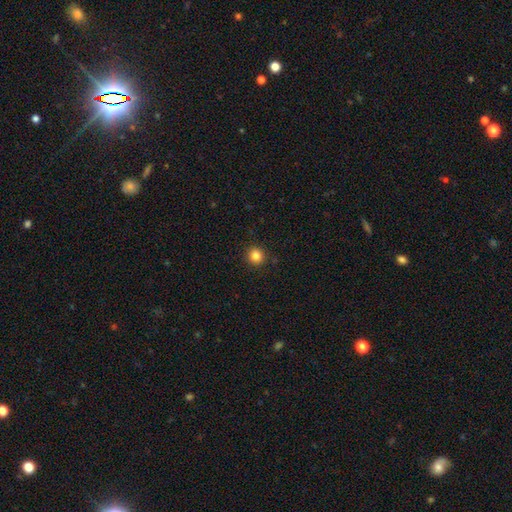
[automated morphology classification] Overall: smooth (85%). How rounded: round (92%). Merging: none (92%).